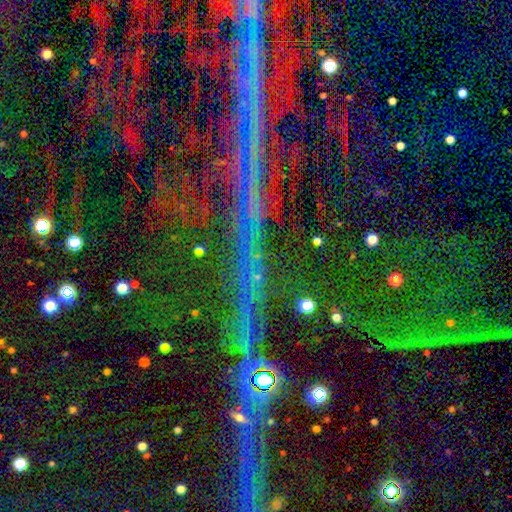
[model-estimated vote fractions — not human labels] Smooth or featured?
  - star or artifact: 82% *
  - smooth: 9%
  - featured or disk: 9%